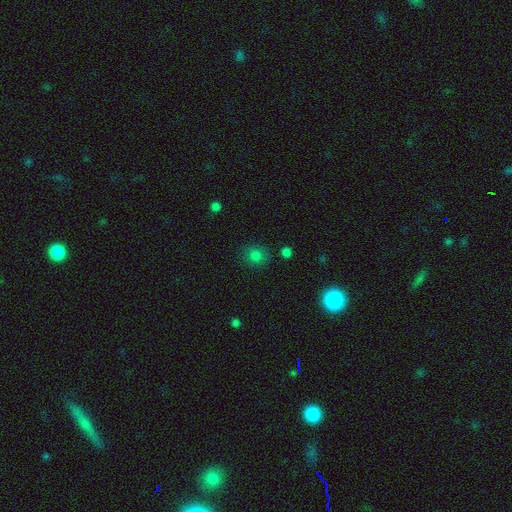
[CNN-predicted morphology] Smooth or featured?
  - smooth: 79% *
  - star or artifact: 15%
  - featured or disk: 6%
How rounded?
  - round: 79% *
  - in between: 20%
  - cigar-shaped: 1%
Merging?
  - none: 84% *
  - minor disturbance: 11%
  - major disturbance: 3%
  - merger: 3%